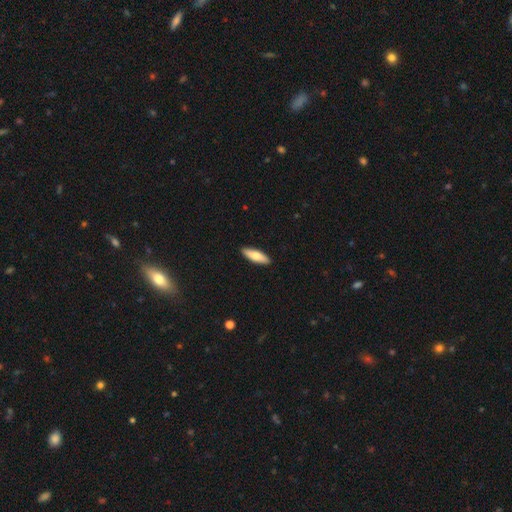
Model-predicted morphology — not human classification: This appears to be a smooth galaxy with no disk features (73%) that is cigar-shaped (50%). Merging: none (91%).